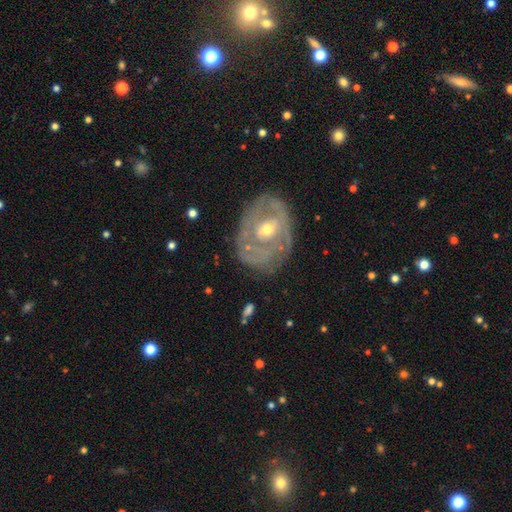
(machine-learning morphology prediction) This is likely a featured or disk galaxy (76%). It is clearly not viewed edge-on (95%). Bar: likely no (65%). Spiral arm pattern: likely yes (63%). Central bulge: possibly moderate (54%). Merging: likely none (68%).